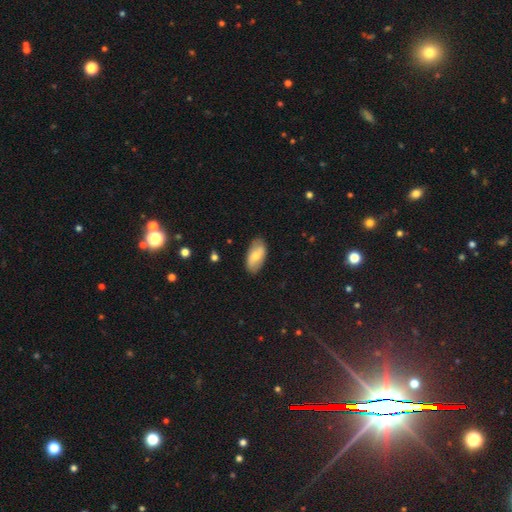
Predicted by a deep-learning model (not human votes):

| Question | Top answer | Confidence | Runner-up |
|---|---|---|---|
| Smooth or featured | smooth | 64% | featured or disk (30%) |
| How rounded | in between | 93% | cigar-shaped (4%) |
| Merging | none | 83% | minor disturbance (13%) |